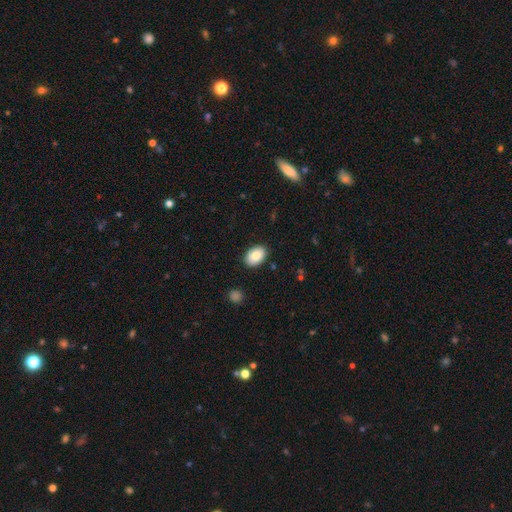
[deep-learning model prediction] This appears to be a smooth galaxy with no disk features (83%) that is in between round and cigar-shaped (85%). Merging: none (87%).